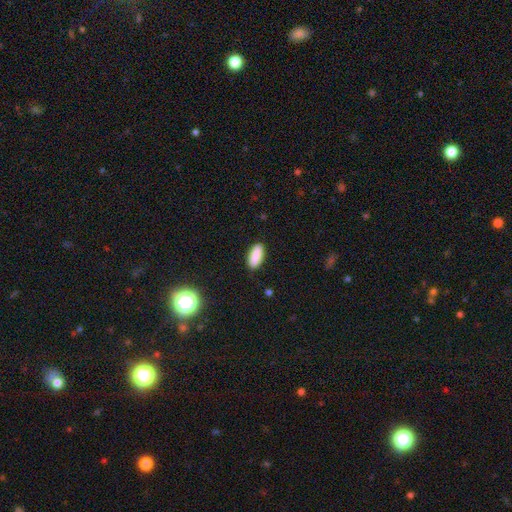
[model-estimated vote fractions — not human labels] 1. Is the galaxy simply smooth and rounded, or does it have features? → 89% smooth, 7% star or artifact, 4% featured or disk.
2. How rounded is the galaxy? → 79% in between, 19% cigar-shaped, 2% round.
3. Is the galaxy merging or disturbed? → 89% none, 8% minor disturbance, 2% major disturbance, 1% merger.